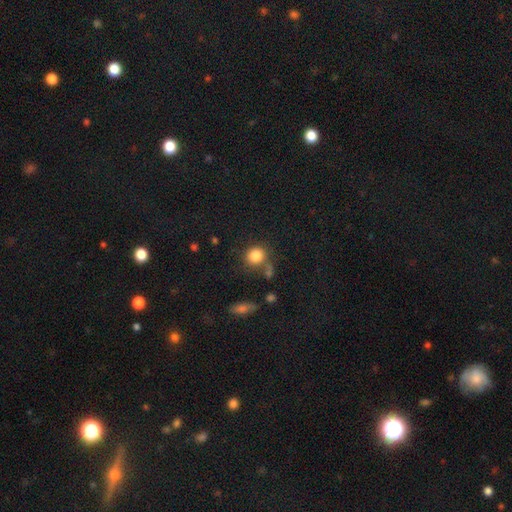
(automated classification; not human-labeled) smooth-or-featured: smooth: 84% | star or artifact: 10% | featured or disk: 6%
  how-rounded: round: 83% | in between: 16% | cigar-shaped: 1%
  merging: none: 64% | minor disturbance: 16% | merger: 13% | major disturbance: 7%